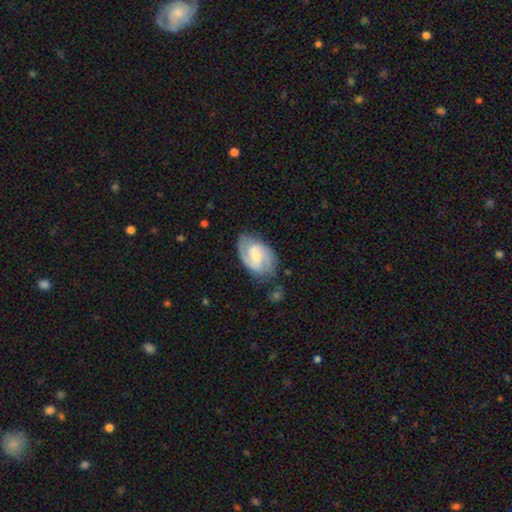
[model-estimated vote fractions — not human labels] smooth-or-featured: featured or disk: 76% | smooth: 19% | star or artifact: 5%
  disk-edge-on: no: 97% | yes: 3%
    bar: weak: 50% | no: 40% | strong: 10%
    has-spiral-arms: yes: 94% | no: 6%
      spiral-winding: medium: 47% | tight: 38% | loose: 15%
      spiral-arm-count: 2: 78% | can't tell: 11% | 3: 4% | 1: 4% | 4: 1% | more than 4: 1%
    bulge-size: small: 47% | moderate: 40% | none: 7% | large: 6% | dominant: 1%
  merging: none: 70% | minor disturbance: 20% | major disturbance: 7% | merger: 2%